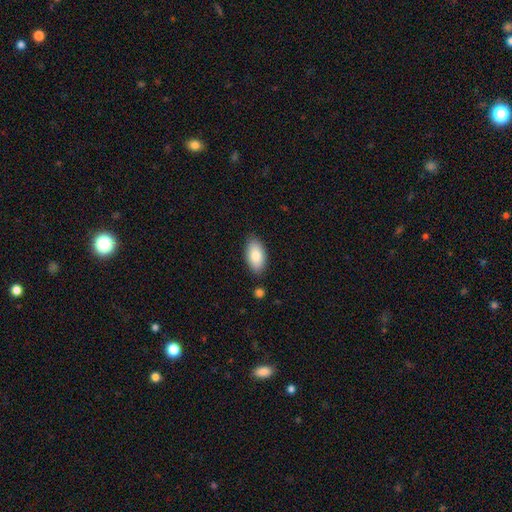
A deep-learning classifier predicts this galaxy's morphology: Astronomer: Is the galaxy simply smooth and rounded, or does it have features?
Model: smooth — 84%.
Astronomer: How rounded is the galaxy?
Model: in between — 94%.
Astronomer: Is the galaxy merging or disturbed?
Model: none — 84%.